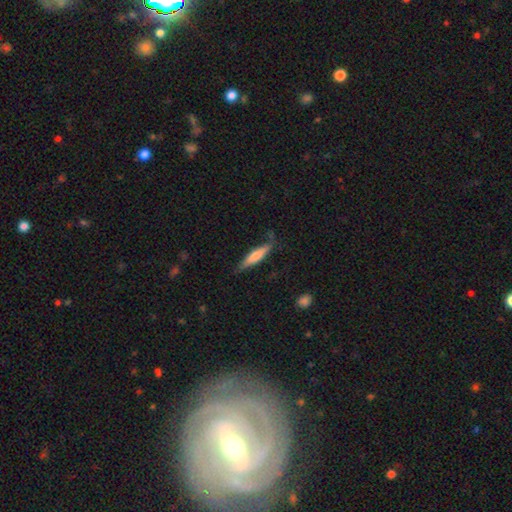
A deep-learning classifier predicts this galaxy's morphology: smooth 63%, featured or disk 32%, star or artifact 5%. Down the decision tree: how rounded — cigar-shaped (86%); merging — none (77%).